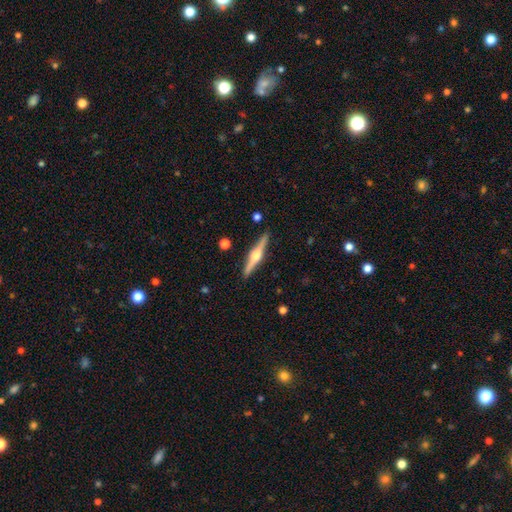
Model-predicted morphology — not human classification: Smooth or featured? featured or disk (76%)
Edge-on disk? yes (98%)
Edge-on bulge? rounded (94%)
Merging? none (91%)